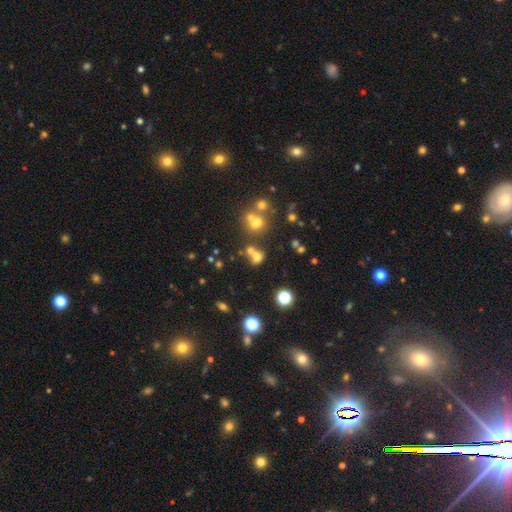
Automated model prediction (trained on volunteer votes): A smooth galaxy with no disk features (56%) that is round (67%).

Vote fractions:
- Smooth or featured? smooth: 56% / star or artifact: 26% / featured or disk: 18%
- How rounded? round: 67% / in between: 31% / cigar-shaped: 2%
- Merging? none: 43% / merger: 41% / minor disturbance: 10% / major disturbance: 6%